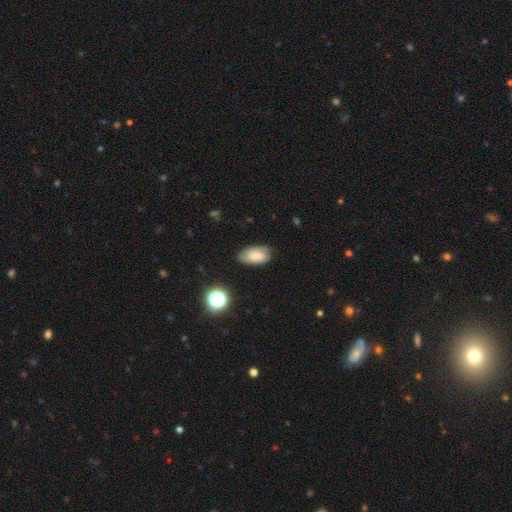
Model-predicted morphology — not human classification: Smooth or featured? Predicted: smooth (p=0.68). How rounded? Predicted: in between (p=0.92). Merging? Predicted: none (p=0.73).